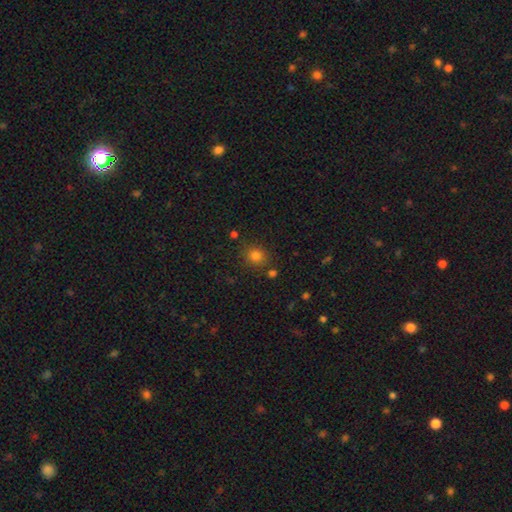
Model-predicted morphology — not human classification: Smooth or featured? Predicted: smooth (p=0.80). How rounded? Predicted: round (p=0.81). Merging? Predicted: none (p=0.83).